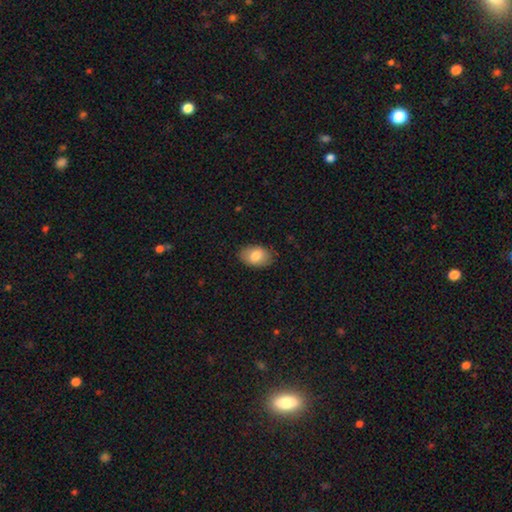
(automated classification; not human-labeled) A smooth galaxy with no disk features (81%) that is in between round and cigar-shaped (88%).

Vote fractions:
- Smooth or featured? smooth: 81% / featured or disk: 12% / star or artifact: 7%
- How rounded? in between: 88% / round: 11% / cigar-shaped: 1%
- Merging? none: 86% / minor disturbance: 11% / major disturbance: 2% / merger: 1%